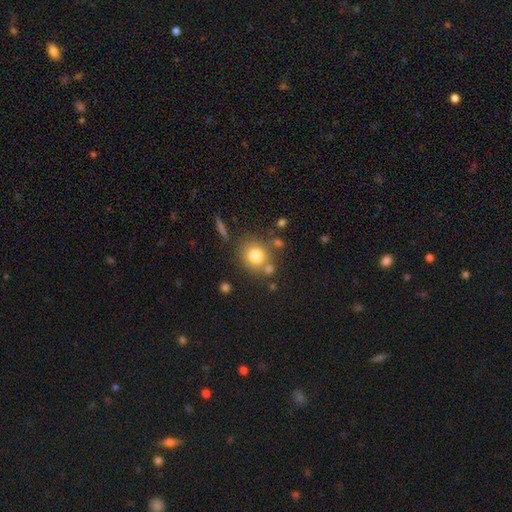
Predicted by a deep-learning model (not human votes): This is likely a smooth galaxy (77%). How rounded: clearly round (82%). Merging: likely none (70%).